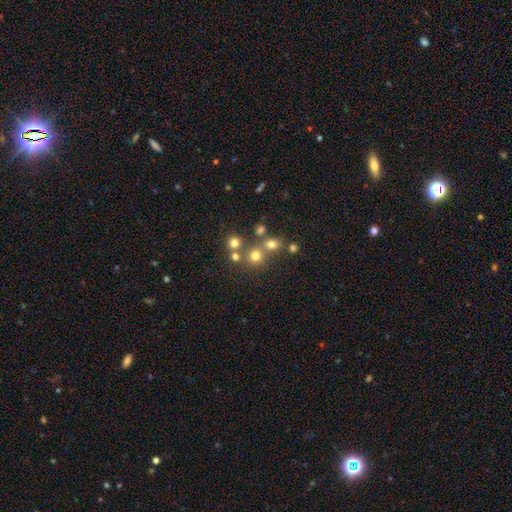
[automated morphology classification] This is likely a smooth galaxy (67%). How rounded: clearly round (88%). Merging: likely none (61%).